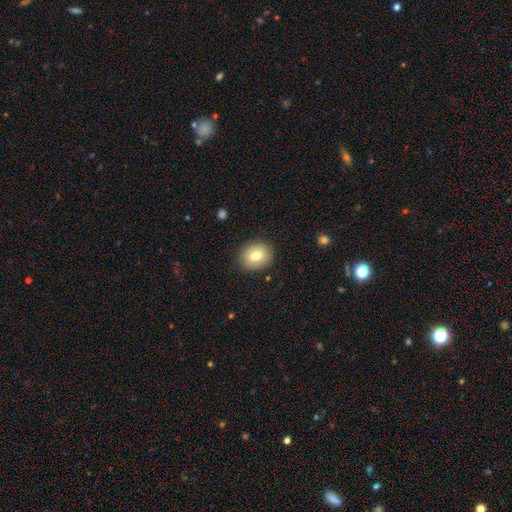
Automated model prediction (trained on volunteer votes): smooth_or_featured: smooth (p=0.78) [alt: featured or disk p=0.13]
how_rounded: round (p=0.61) [alt: in between p=0.38]
merging: none (p=0.87) [alt: minor disturbance p=0.09]